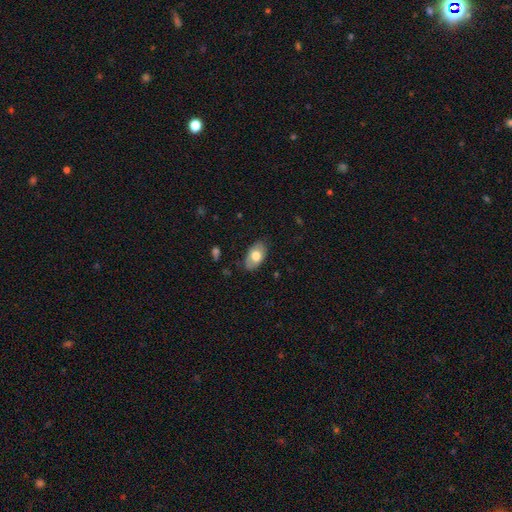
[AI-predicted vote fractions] Q: Smooth or featured?
A: smooth (71%); runner-up: featured or disk (23%)
Q: How rounded?
A: in between (93%); runner-up: round (6%)
Q: Merging?
A: none (80%); runner-up: minor disturbance (15%)